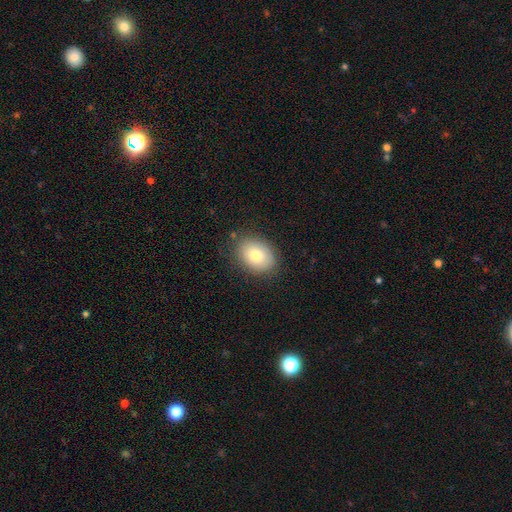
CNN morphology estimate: Smooth or featured?
  - smooth: 79% *
  - featured or disk: 12%
  - star or artifact: 8%
How rounded?
  - in between: 71% *
  - round: 28%
  - cigar-shaped: 1%
Merging?
  - none: 83% *
  - minor disturbance: 12%
  - major disturbance: 3%
  - merger: 1%